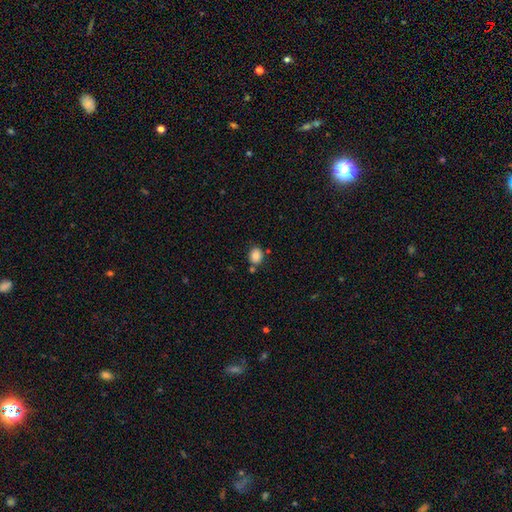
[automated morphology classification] A smooth galaxy with no disk features (83%) that is round (59%).

Vote fractions:
- Smooth or featured? smooth: 83% / star or artifact: 10% / featured or disk: 7%
- How rounded? round: 59% / in between: 40% / cigar-shaped: 1%
- Merging? none: 75% / minor disturbance: 13% / merger: 10% / major disturbance: 3%